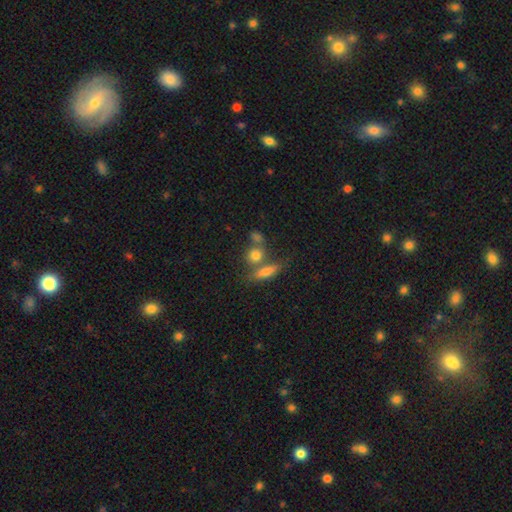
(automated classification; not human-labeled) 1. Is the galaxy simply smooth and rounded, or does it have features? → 78% smooth, 12% featured or disk, 10% star or artifact.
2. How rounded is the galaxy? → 53% round, 35% in between, 11% cigar-shaped.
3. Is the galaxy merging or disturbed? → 50% none, 34% merger, 11% minor disturbance, 5% major disturbance.